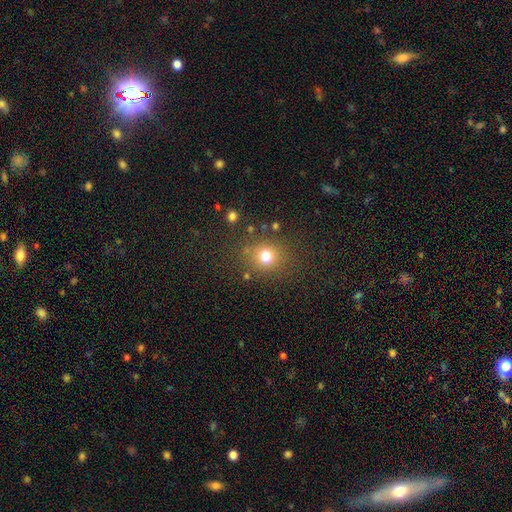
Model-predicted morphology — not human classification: A smooth galaxy with no disk features (66%) that is round (79%).

Vote fractions:
- Smooth or featured? smooth: 66% / star or artifact: 26% / featured or disk: 8%
- How rounded? round: 79% / in between: 20% / cigar-shaped: 1%
- Merging? none: 84% / minor disturbance: 9% / major disturbance: 4% / merger: 3%